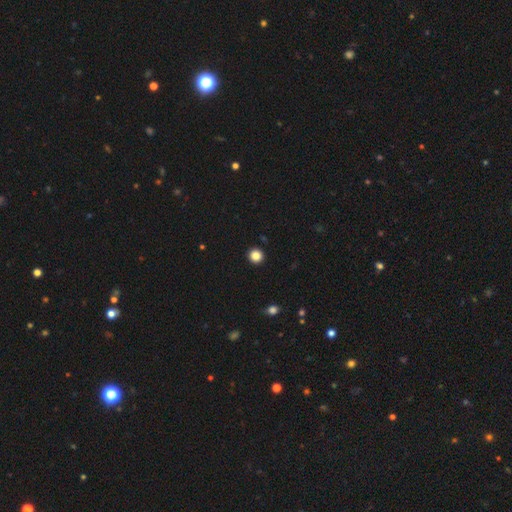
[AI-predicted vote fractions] A smooth galaxy with no disk features (86%) that is round (94%). Merging: none (94%).